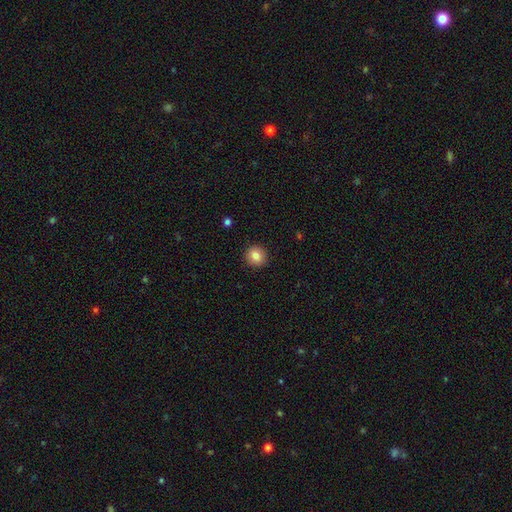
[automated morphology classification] This is clearly a smooth galaxy (84%). How rounded: clearly round (91%). Merging: clearly none (92%).